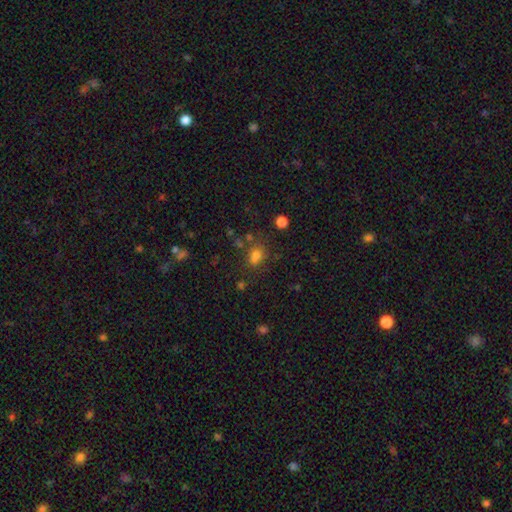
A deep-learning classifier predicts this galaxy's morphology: Smooth or featured?
  - smooth: 70% *
  - star or artifact: 20%
  - featured or disk: 10%
How rounded?
  - round: 54% *
  - in between: 45%
  - cigar-shaped: 1%
Merging?
  - none: 54% *
  - merger: 22%
  - minor disturbance: 16%
  - major disturbance: 8%